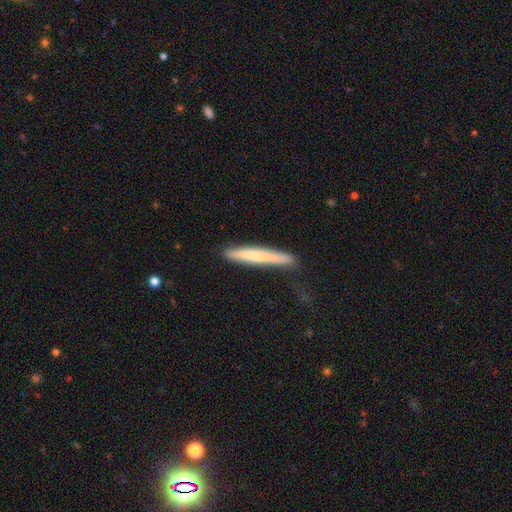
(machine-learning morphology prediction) smooth-or-featured: smooth: 55% | featured or disk: 36% | star or artifact: 9%
  how-rounded: cigar-shaped: 96% | in between: 3% | round: 1%
  merging: none: 77% | minor disturbance: 18% | major disturbance: 4% | merger: 2%